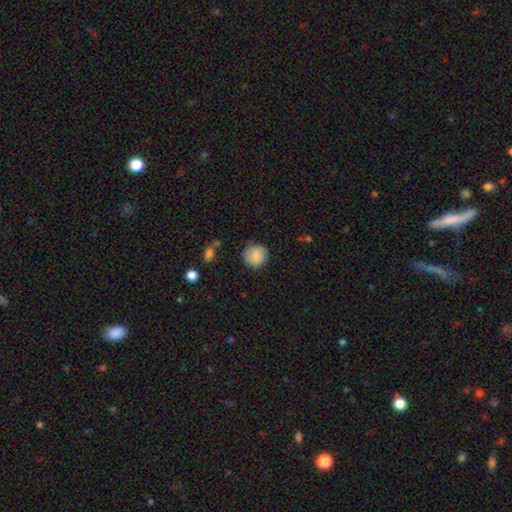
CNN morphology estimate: Smooth or featured: smooth — 83% (featured or disk — 9%)
How rounded: round — 91% (in between — 8%)
Merging: none — 80% (minor disturbance — 15%)